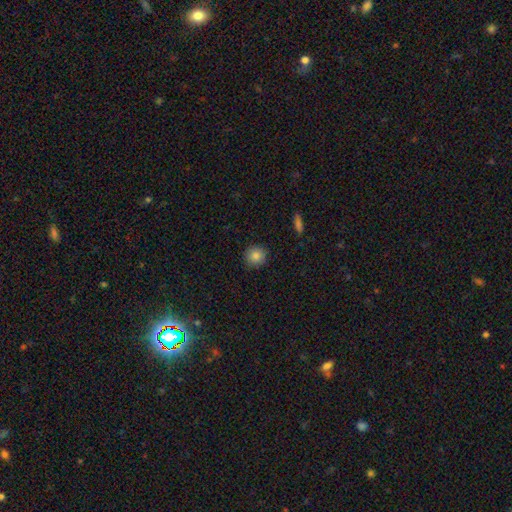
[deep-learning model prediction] Smooth or featured: smooth — 84% (star or artifact — 10%)
How rounded: round — 93% (in between — 6%)
Merging: none — 90% (minor disturbance — 7%)